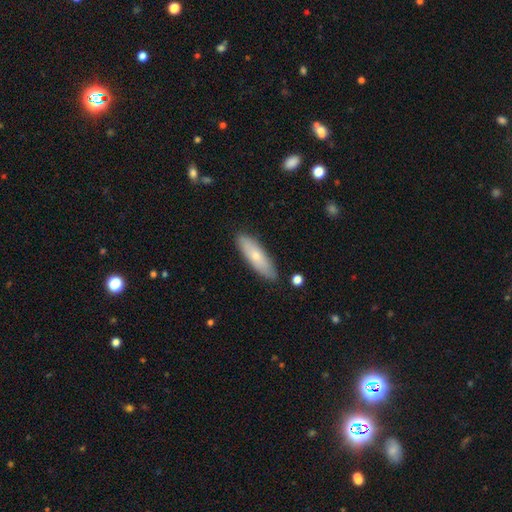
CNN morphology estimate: Q: Smooth or featured?
A: smooth (67%); runner-up: featured or disk (27%)
Q: How rounded?
A: cigar-shaped (58%); runner-up: in between (40%)
Q: Merging?
A: none (86%); runner-up: minor disturbance (11%)